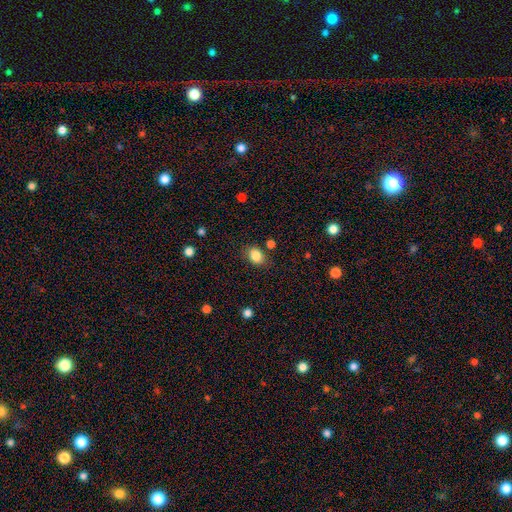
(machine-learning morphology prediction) smooth_or_featured: smooth (p=0.86) [alt: star or artifact p=0.10]
how_rounded: in between (p=0.65) [alt: round p=0.34]
merging: none (p=0.79) [alt: minor disturbance p=0.13]